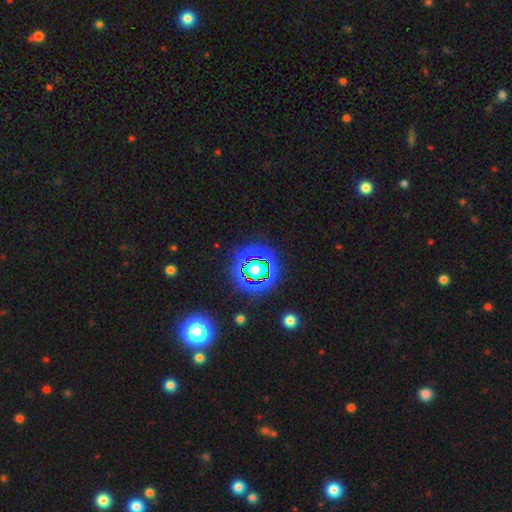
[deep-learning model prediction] A star or artifact, not a galaxy (78%).

Vote fractions:
- Smooth or featured? star or artifact: 78% / smooth: 14% / featured or disk: 8%